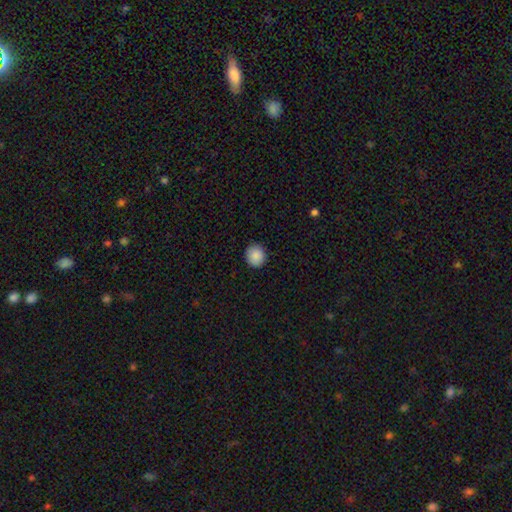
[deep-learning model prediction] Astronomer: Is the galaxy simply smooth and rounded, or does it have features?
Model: smooth — 89%.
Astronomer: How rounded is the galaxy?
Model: round — 83%.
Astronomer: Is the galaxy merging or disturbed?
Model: none — 90%.